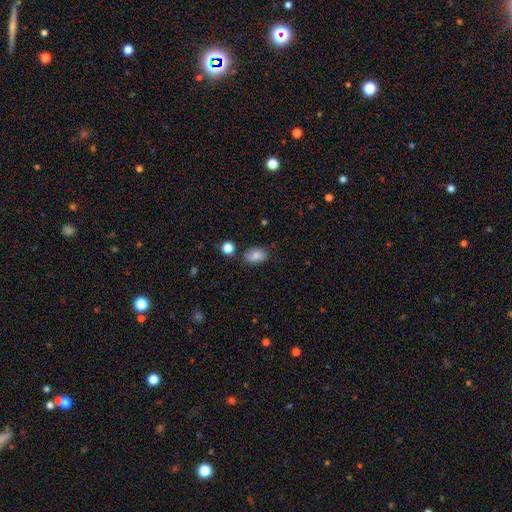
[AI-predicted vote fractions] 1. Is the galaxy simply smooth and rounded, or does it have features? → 83% smooth, 9% star or artifact, 9% featured or disk.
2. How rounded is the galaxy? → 87% in between, 11% round, 2% cigar-shaped.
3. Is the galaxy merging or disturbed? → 77% none, 16% minor disturbance, 4% merger, 3% major disturbance.